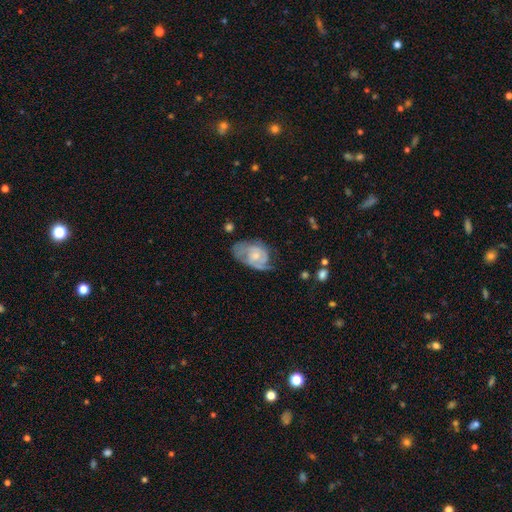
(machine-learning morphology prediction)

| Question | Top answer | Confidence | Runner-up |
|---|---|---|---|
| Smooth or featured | featured or disk | 73% | smooth (21%) |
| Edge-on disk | no | 97% | yes (3%) |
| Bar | no | 69% | weak (27%) |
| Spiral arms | yes | 89% | no (11%) |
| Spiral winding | tight | 45% | medium (41%) |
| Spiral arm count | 2 | 47% | can't tell (26%) |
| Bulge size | small | 55% | moderate (37%) |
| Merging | none | 49% | minor disturbance (30%) |